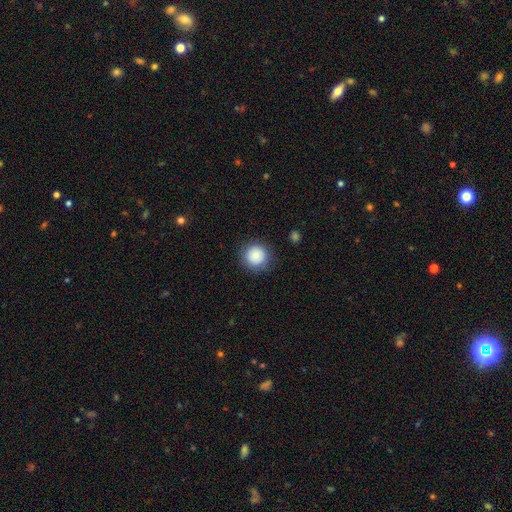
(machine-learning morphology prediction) Q: Smooth or featured?
A: smooth (85%); runner-up: star or artifact (9%)
Q: How rounded?
A: round (95%); runner-up: in between (4%)
Q: Merging?
A: none (88%); runner-up: minor disturbance (8%)